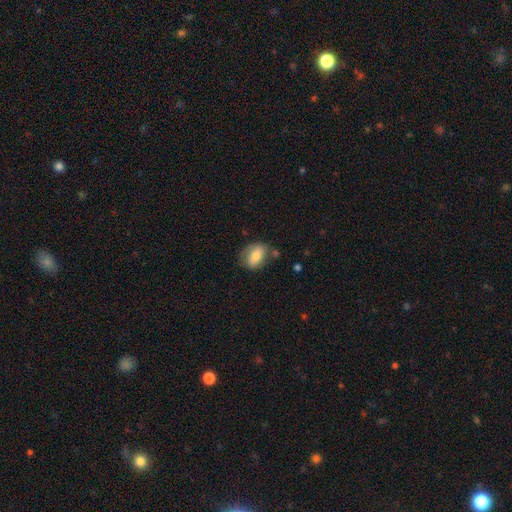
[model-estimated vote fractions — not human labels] This appears to be a smooth galaxy with no disk features (70%) that is in between round and cigar-shaped (74%). Merging: none (63%).